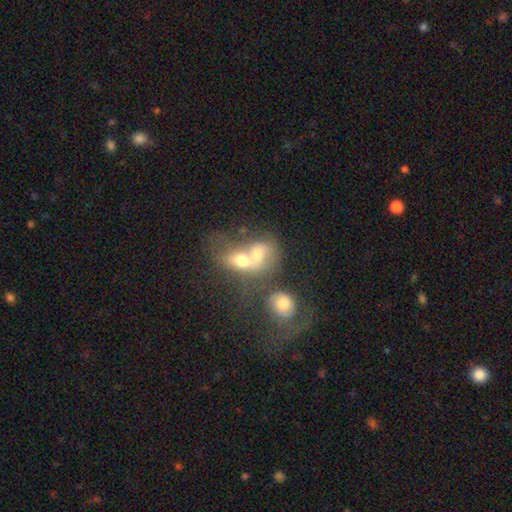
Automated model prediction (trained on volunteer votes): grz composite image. It shows a smooth galaxy with no disk features (47%). Merging: merger (77%).